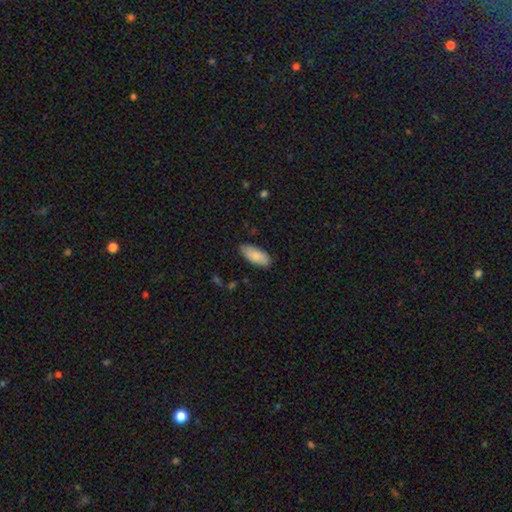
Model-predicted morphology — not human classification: type=smooth (88%); roundness=in between (86%); merging=none (83%).